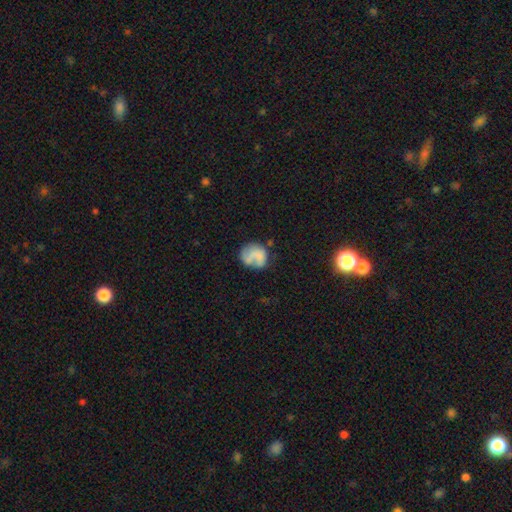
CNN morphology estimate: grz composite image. It shows a smooth galaxy with no disk features (56%) that is round (74%). Merging: none (50%).